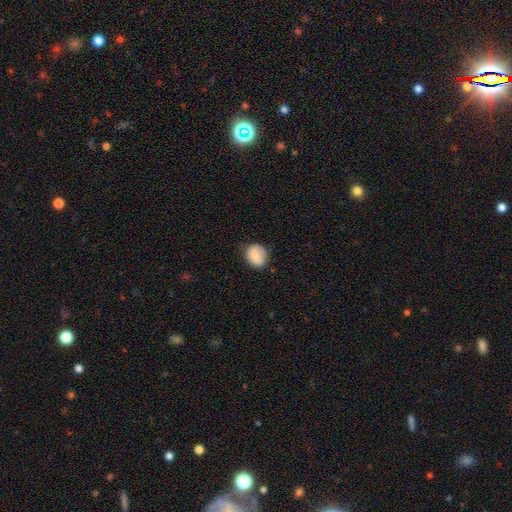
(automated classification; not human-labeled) smooth 80%, featured or disk 12%, star or artifact 8%. Down the decision tree: how rounded — round (67%); merging — none (74%).